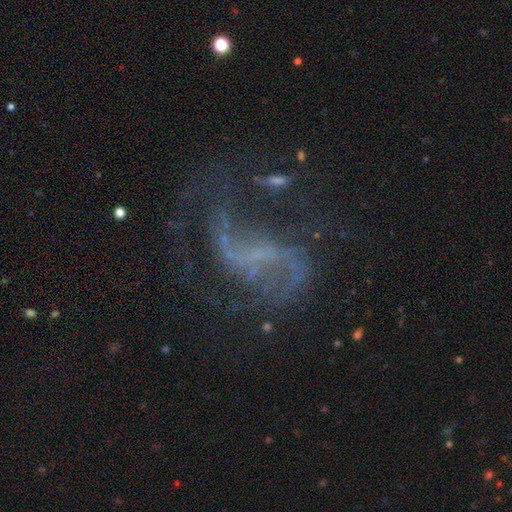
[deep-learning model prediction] A featured or disk galaxy (83%) with a weak bar (42%), 2 (79%) loose (72%) spiral arms (88%) and no central bulge (57%).

Vote fractions:
- Smooth or featured? featured or disk: 83% / star or artifact: 11% / smooth: 6%
- Edge-on disk? no: 97% / yes: 3%
- Bar? weak: 42% / no: 33% / strong: 25%
- Spiral arms? yes: 88% / no: 12%
- Spiral winding? loose: 72% / medium: 23% / tight: 6%
- Spiral arm count? 2: 79% / can't tell: 7% / 1: 6% / 3: 4% / 4: 2% / more than 4: 2%
- Bulge size? none: 57% / small: 36% / moderate: 6% / large: 1% / dominant: 1%
- Merging? none: 49% / major disturbance: 29% / minor disturbance: 16% / merger: 6%